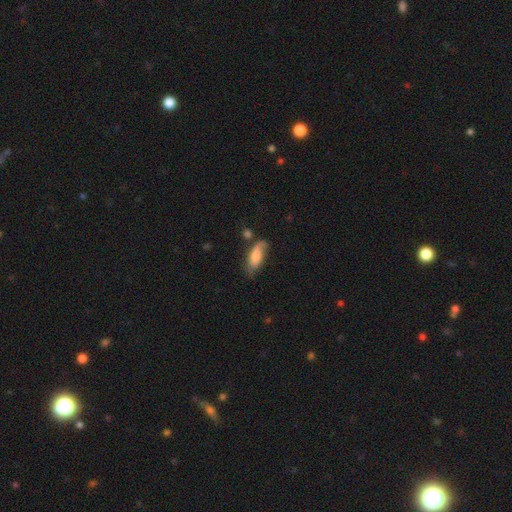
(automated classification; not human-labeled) smooth_or_featured: smooth (p=0.68) [alt: featured or disk p=0.25]
how_rounded: in between (p=0.79) [alt: cigar-shaped p=0.18]
merging: none (p=0.47) [alt: minor disturbance p=0.28]